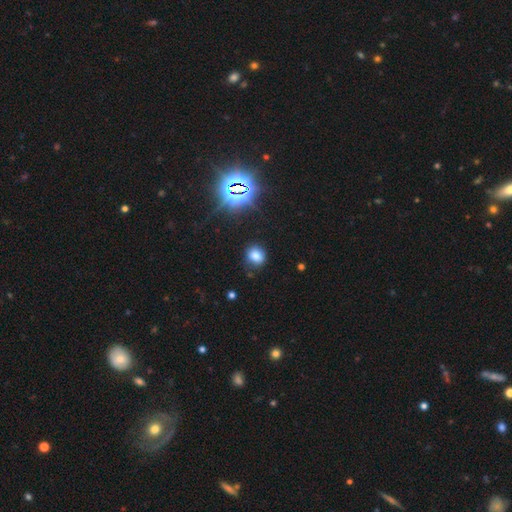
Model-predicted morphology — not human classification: Q: Smooth or featured?
A: smooth (73%); runner-up: star or artifact (20%)
Q: How rounded?
A: round (66%); runner-up: in between (33%)
Q: Merging?
A: none (82%); runner-up: minor disturbance (12%)